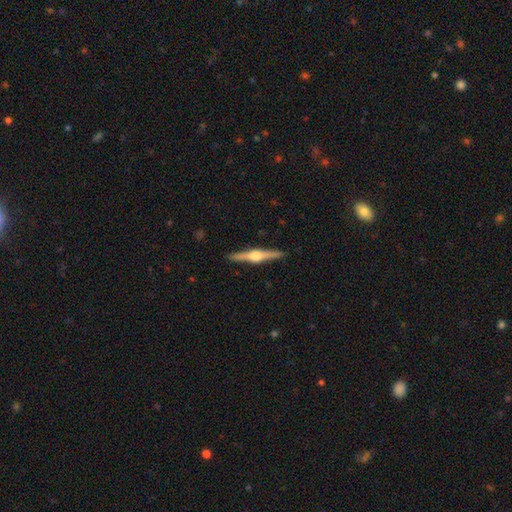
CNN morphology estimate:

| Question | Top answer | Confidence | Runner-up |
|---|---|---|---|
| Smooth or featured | featured or disk | 80% | smooth (15%) |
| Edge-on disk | yes | 98% | no (2%) |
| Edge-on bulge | rounded | 94% | boxy (4%) |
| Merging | none | 92% | minor disturbance (6%) |